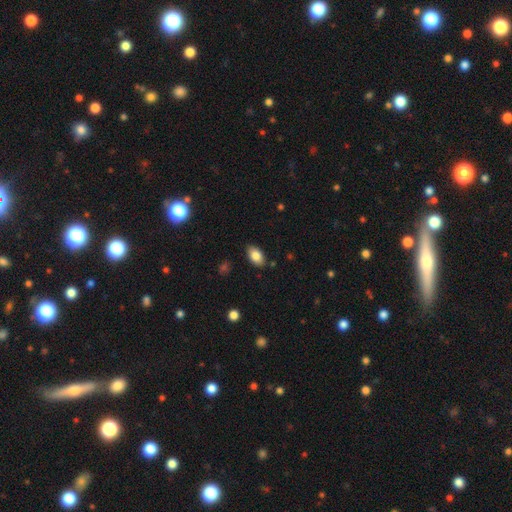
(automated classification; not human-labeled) Q: Smooth or featured?
A: smooth (83%); runner-up: featured or disk (9%)
Q: How rounded?
A: in between (91%); runner-up: round (7%)
Q: Merging?
A: none (86%); runner-up: minor disturbance (10%)